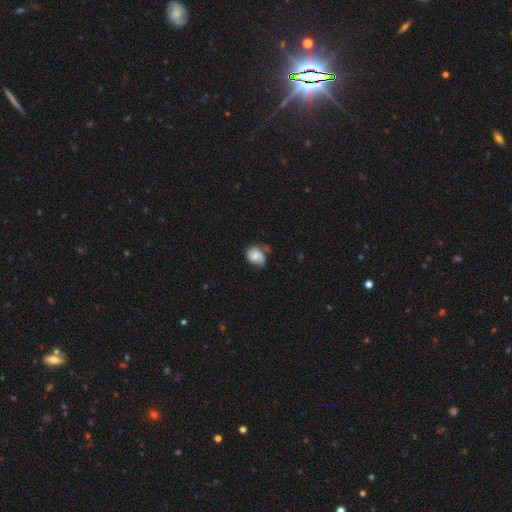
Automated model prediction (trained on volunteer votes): Overall: smooth (52%; featured or disk 39%). How rounded: in between (55%; round 44%). Merging: none (41%; minor disturbance 34%).